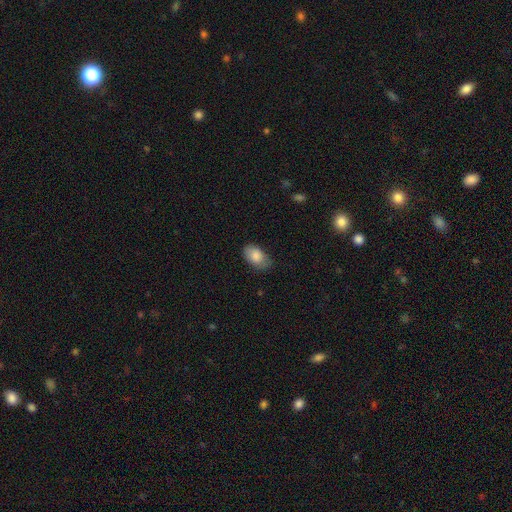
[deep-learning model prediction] Smooth or featured: smooth — 84% (featured or disk — 10%)
How rounded: in between — 91% (round — 8%)
Merging: none — 71% (minor disturbance — 24%)